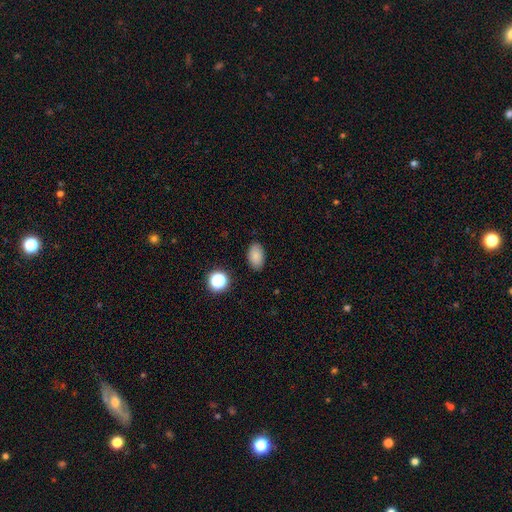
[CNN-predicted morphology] Smooth or featured? smooth (84%)
How rounded? in between (90%)
Merging? none (87%)